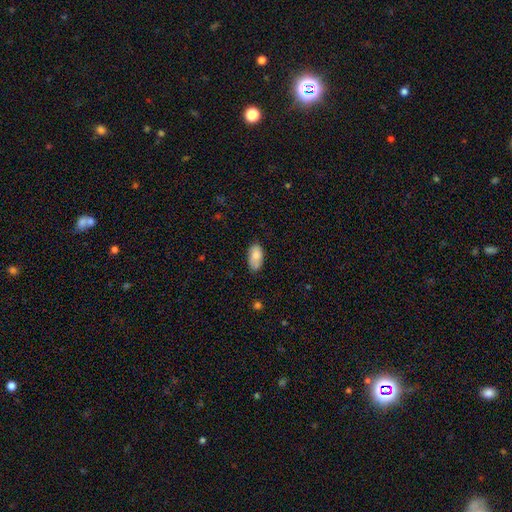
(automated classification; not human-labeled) Overall: smooth (80%). How rounded: in between (94%). Merging: none (73%).